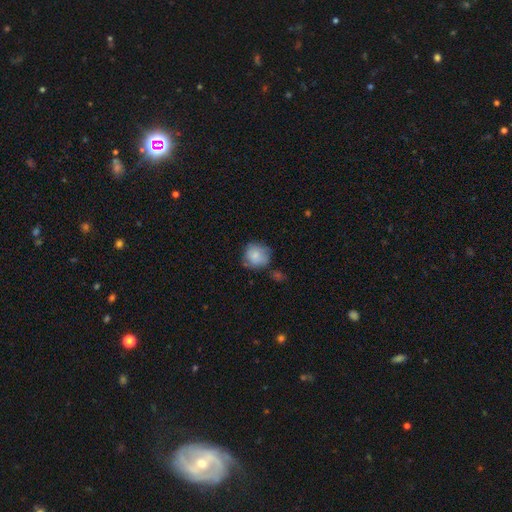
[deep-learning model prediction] This appears to be a smooth galaxy with no disk features (80%) that is round (86%). Merging: none (65%).